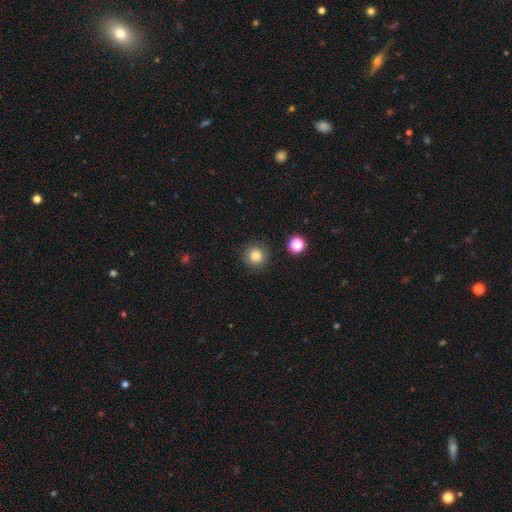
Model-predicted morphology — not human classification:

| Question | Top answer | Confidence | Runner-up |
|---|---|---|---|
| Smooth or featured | smooth | 83% | star or artifact (12%) |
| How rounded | round | 94% | in between (5%) |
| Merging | none | 87% | minor disturbance (8%) |